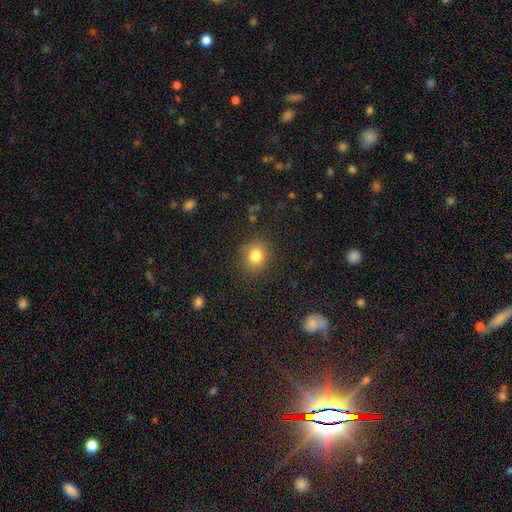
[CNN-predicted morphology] smooth-or-featured: smooth: 82% | star or artifact: 11% | featured or disk: 7%
  how-rounded: round: 76% | in between: 23% | cigar-shaped: 1%
  merging: none: 84% | minor disturbance: 10% | major disturbance: 4% | merger: 1%